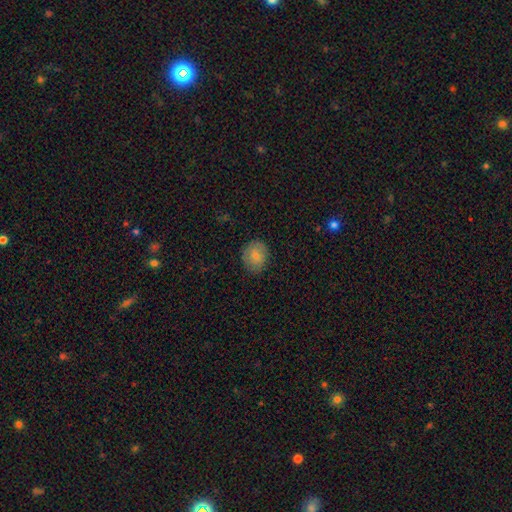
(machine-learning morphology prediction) Overall: smooth (79%). How rounded: round (68%; in between 31%). Merging: none (82%).